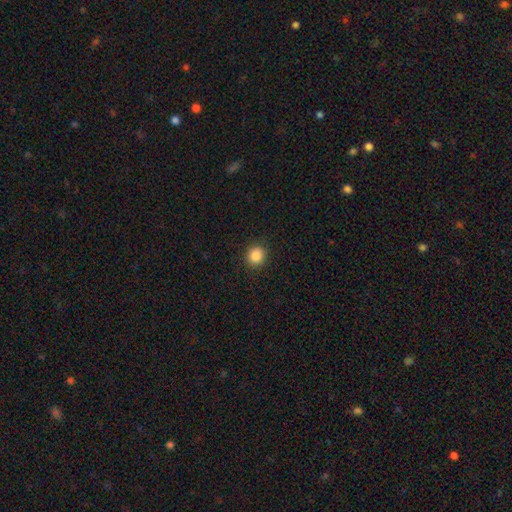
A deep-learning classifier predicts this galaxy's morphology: Smooth or featured? smooth (86%)
How rounded? round (88%)
Merging? none (92%)